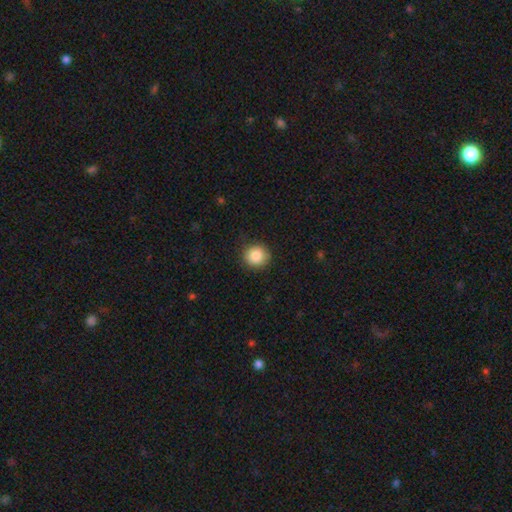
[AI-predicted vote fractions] Smooth or featured? smooth (87%)
How rounded? round (92%)
Merging? none (88%)